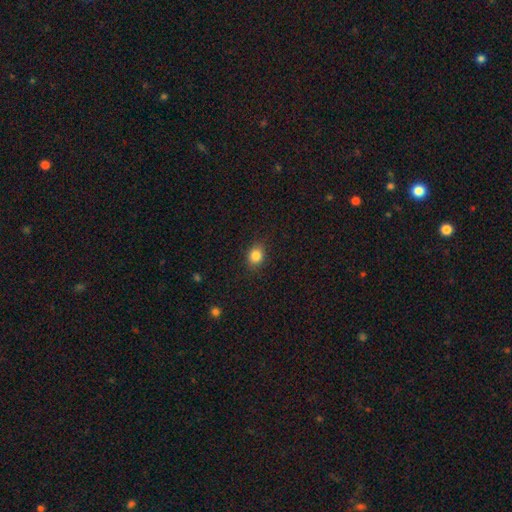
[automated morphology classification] The model was most divided on "how rounded": round: 62%, in between: 37%, cigar-shaped: 1%. More confident: merging — none (85%); smooth or featured — smooth (85%).